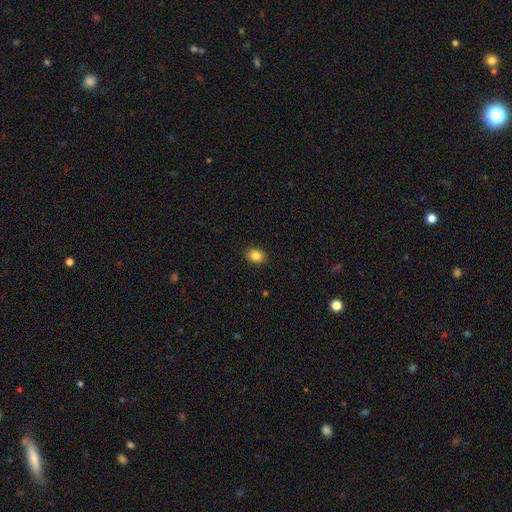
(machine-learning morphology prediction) Smooth or featured: smooth — 85% (star or artifact — 10%)
How rounded: round — 50% (in between — 49%)
Merging: none — 90% (minor disturbance — 7%)